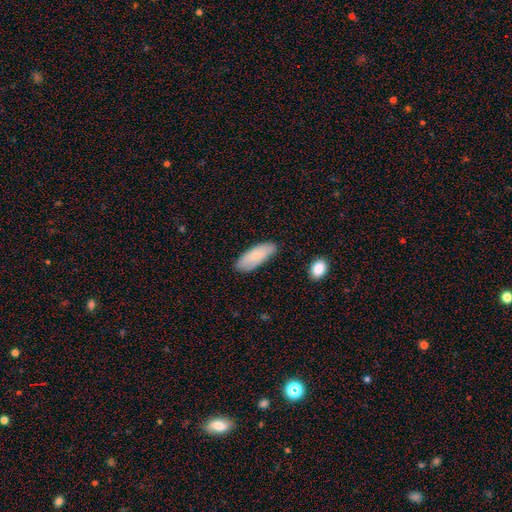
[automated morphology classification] Smooth or featured: smooth — 79% (featured or disk — 15%)
How rounded: in between — 74% (cigar-shaped — 24%)
Merging: none — 79% (minor disturbance — 16%)